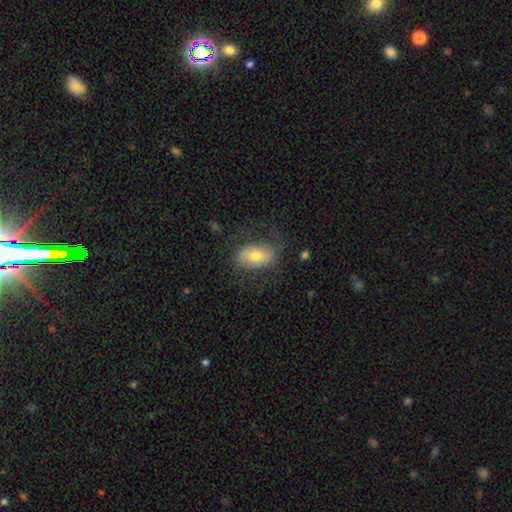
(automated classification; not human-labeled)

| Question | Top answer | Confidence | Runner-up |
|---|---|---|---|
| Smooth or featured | smooth | 53% | featured or disk (39%) |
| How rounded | in between | 87% | round (12%) |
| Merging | none | 65% | minor disturbance (18%) |